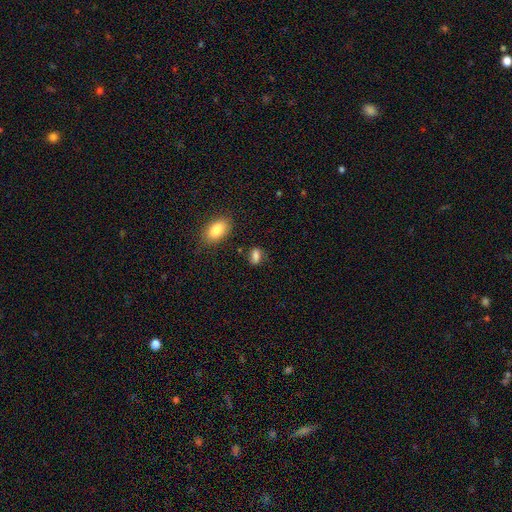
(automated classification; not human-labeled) Overall: smooth (78%). How rounded: in between (80%). Merging: none (71%).